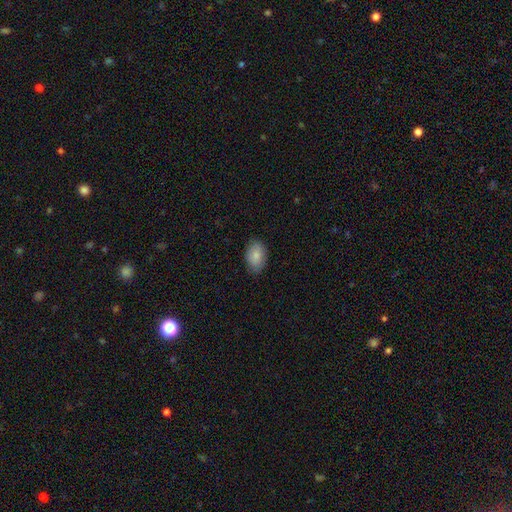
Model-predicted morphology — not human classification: smooth-or-featured: smooth: 85% | featured or disk: 9% | star or artifact: 6%
  how-rounded: in between: 90% | round: 9% | cigar-shaped: 1%
  merging: none: 83% | minor disturbance: 14% | major disturbance: 3% | merger: 1%